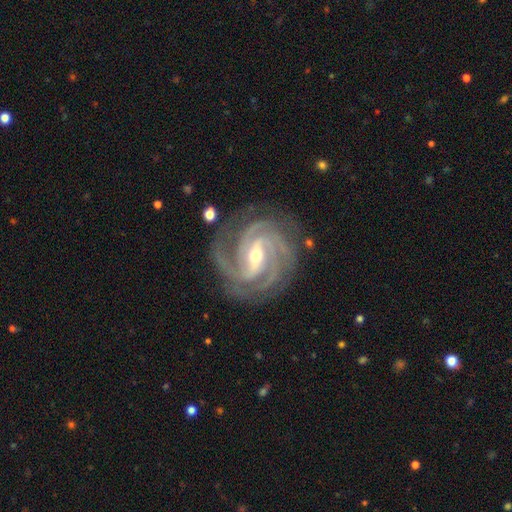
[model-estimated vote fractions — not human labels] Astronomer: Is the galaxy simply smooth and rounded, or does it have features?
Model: featured or disk — 93%.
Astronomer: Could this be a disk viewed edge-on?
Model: no — 97%.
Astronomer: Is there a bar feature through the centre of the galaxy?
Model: strong — 49% (runner-up: weak, 38%).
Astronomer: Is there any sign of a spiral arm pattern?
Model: yes — 99%.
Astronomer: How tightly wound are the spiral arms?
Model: tight — 63%.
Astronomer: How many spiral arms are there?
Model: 3 — 43% (runner-up: 4, 33%).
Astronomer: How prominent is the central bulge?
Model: small — 49% (runner-up: moderate, 48%).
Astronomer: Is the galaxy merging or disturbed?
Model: none — 79%.